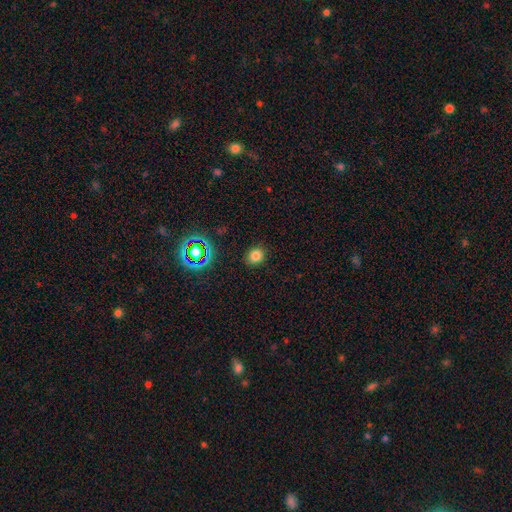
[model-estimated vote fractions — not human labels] Overall: smooth (78%). How rounded: round (72%). Merging: none (88%).